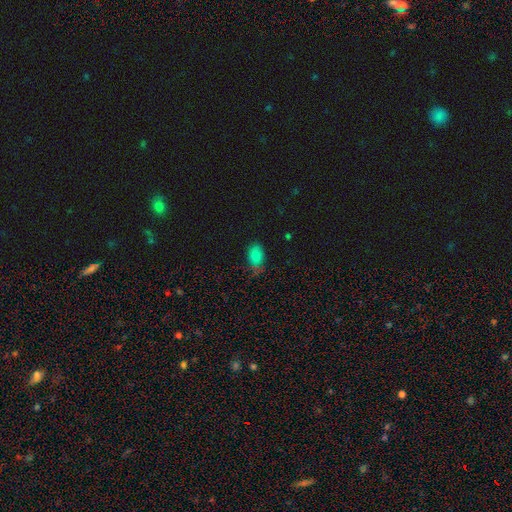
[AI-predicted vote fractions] Q: Smooth or featured?
A: smooth (81%); runner-up: star or artifact (12%)
Q: How rounded?
A: in between (89%); runner-up: round (9%)
Q: Merging?
A: none (53%); runner-up: minor disturbance (33%)